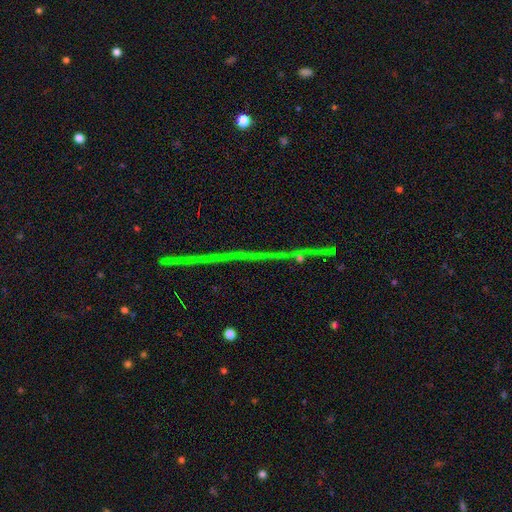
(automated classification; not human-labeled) Q: Smooth or featured?
A: star or artifact (77%); runner-up: featured or disk (15%)